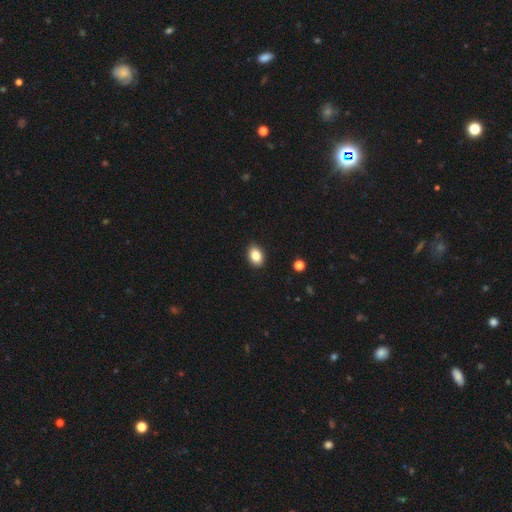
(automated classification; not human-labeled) smooth-or-featured: smooth: 86% | star or artifact: 9% | featured or disk: 6%
  how-rounded: in between: 80% | round: 18% | cigar-shaped: 1%
  merging: none: 89% | minor disturbance: 8% | major disturbance: 2% | merger: 1%